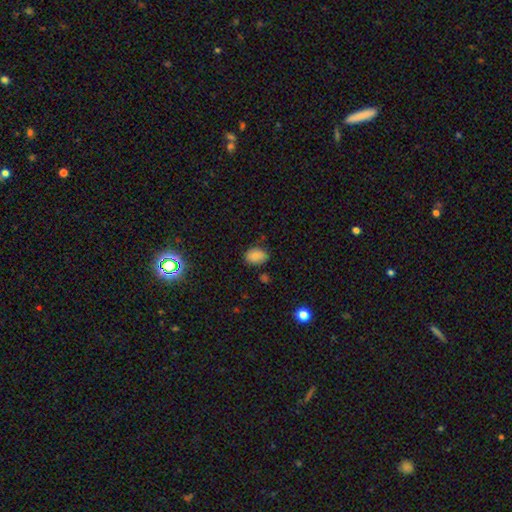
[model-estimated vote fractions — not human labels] This is clearly a smooth galaxy (82%). How rounded: likely in between (76%). Merging: likely none (75%).